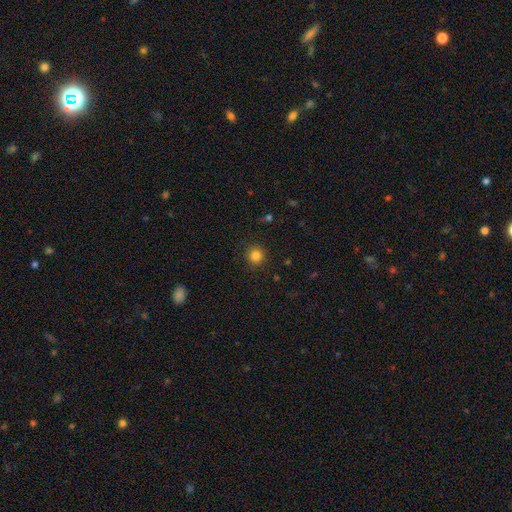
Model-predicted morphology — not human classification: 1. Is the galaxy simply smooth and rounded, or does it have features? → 83% smooth, 13% star or artifact, 5% featured or disk.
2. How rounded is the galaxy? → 93% round, 6% in between, 1% cigar-shaped.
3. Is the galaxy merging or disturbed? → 91% none, 6% minor disturbance, 2% major disturbance, 1% merger.